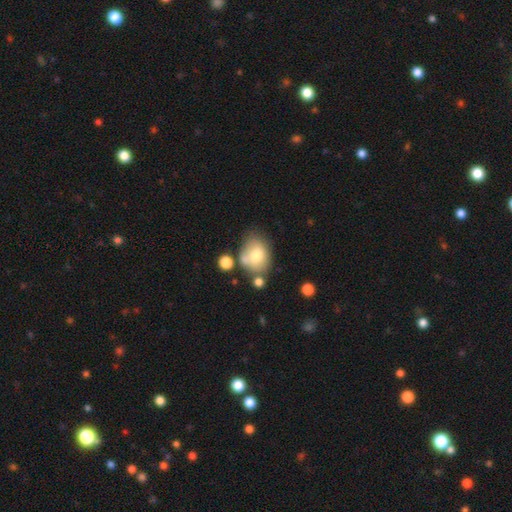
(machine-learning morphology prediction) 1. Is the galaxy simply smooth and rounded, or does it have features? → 70% smooth, 21% featured or disk, 9% star or artifact.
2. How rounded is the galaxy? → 61% in between, 38% round, 1% cigar-shaped.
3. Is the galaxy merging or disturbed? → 45% none, 26% minor disturbance, 18% merger, 11% major disturbance.